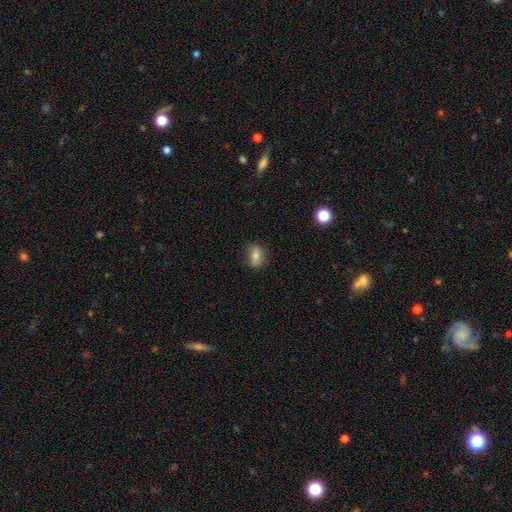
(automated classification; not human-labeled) This is likely a smooth galaxy (77%). How rounded: likely in between (73%). Merging: clearly none (82%).